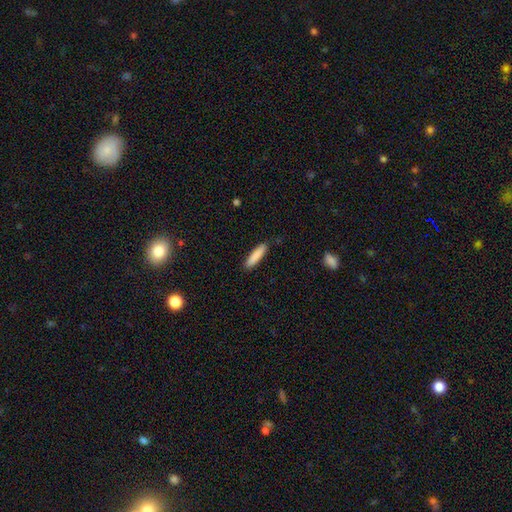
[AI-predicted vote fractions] Smooth or featured: smooth — 86% (featured or disk — 8%)
How rounded: cigar-shaped — 83% (in between — 16%)
Merging: none — 88% (minor disturbance — 9%)